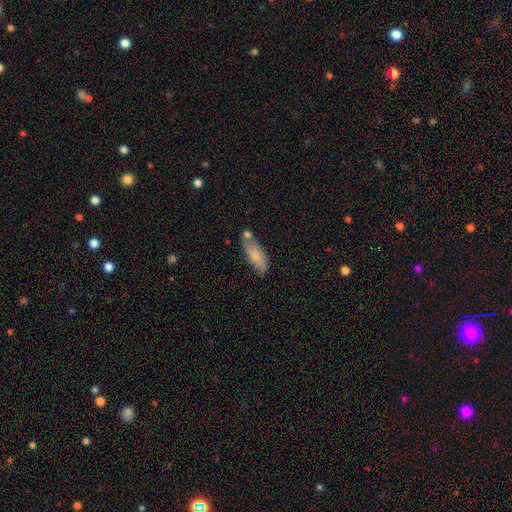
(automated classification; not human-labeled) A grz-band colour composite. It shows a smooth galaxy with no disk features (74%) that is in between round and cigar-shaped (68%). Merging: none (55%).